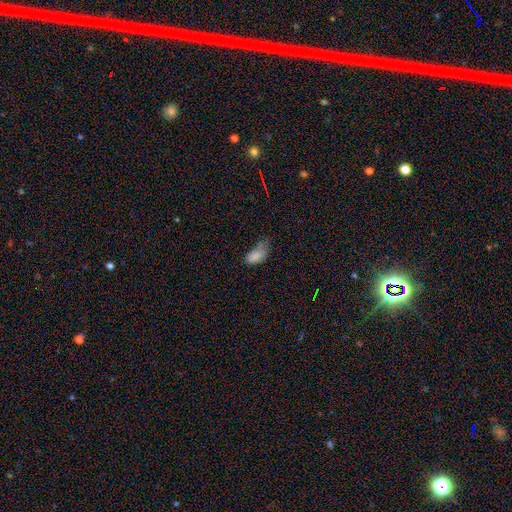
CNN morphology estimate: Smooth or featured? Predicted: smooth (p=0.80). How rounded? Predicted: in between (p=0.92). Merging? Predicted: minor disturbance (p=0.40).